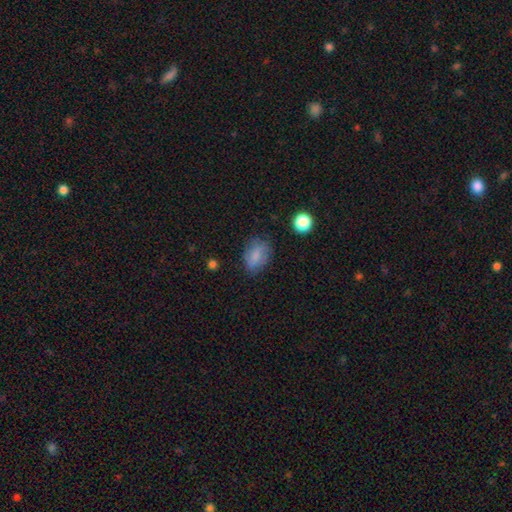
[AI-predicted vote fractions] Overall: smooth (77%). How rounded: in between (82%). Merging: none (71%).